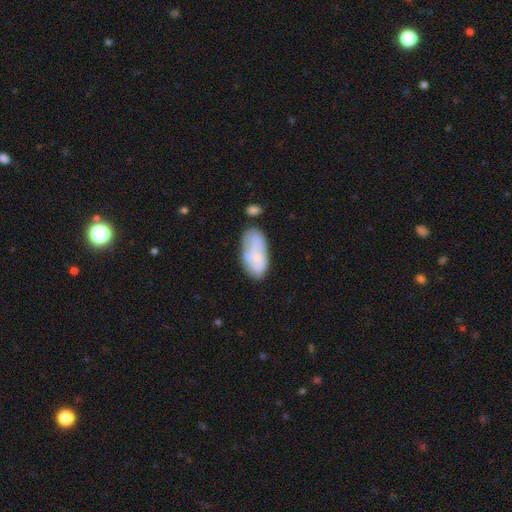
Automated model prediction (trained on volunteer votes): Smooth or featured?
  - smooth: 52% *
  - featured or disk: 41%
  - star or artifact: 7%
How rounded?
  - in between: 92% *
  - cigar-shaped: 6%
  - round: 2%
Merging?
  - none: 50% *
  - minor disturbance: 27%
  - merger: 12%
  - major disturbance: 10%